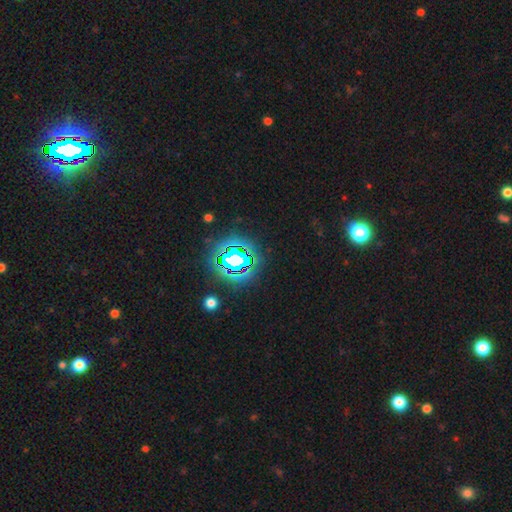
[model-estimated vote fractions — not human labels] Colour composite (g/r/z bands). It shows a star or artifact, not a galaxy (84%).